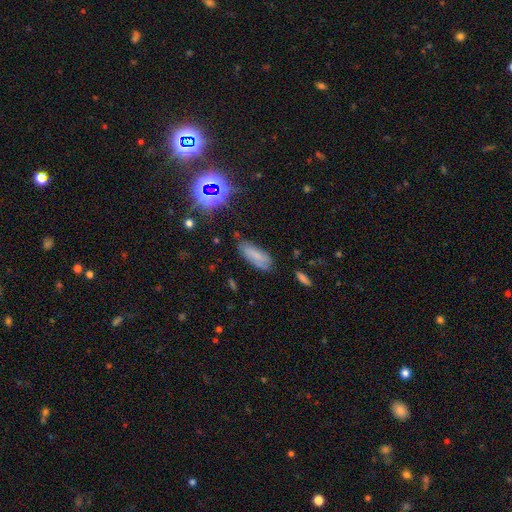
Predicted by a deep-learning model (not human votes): Smooth or featured? Predicted: smooth (p=0.71). How rounded? Predicted: in between (p=0.76). Merging? Predicted: none (p=0.68).